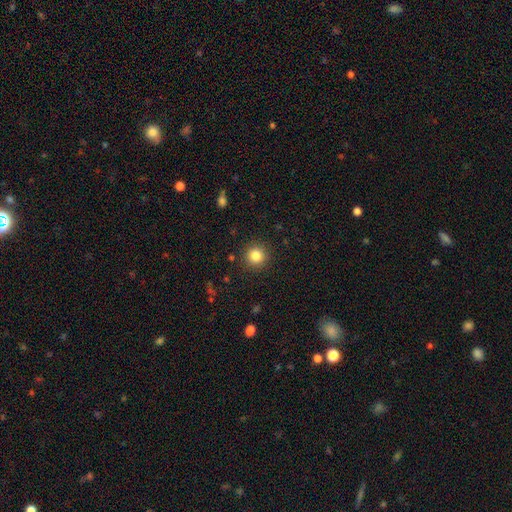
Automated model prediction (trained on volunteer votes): A smooth galaxy with no disk features (84%) that is round (94%). Merging: none (91%).